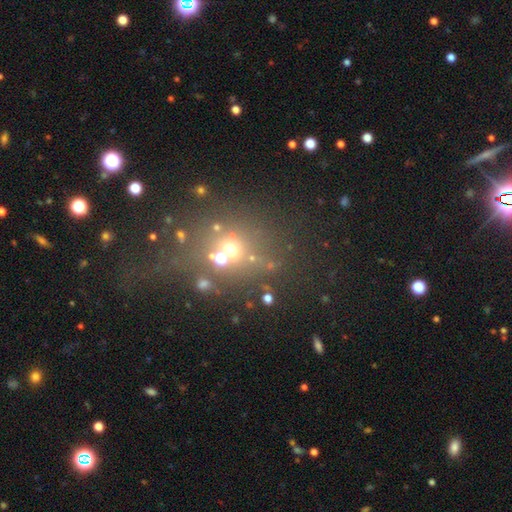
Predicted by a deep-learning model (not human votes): Q: Smooth or featured?
A: star or artifact (48%); runner-up: smooth (29%)